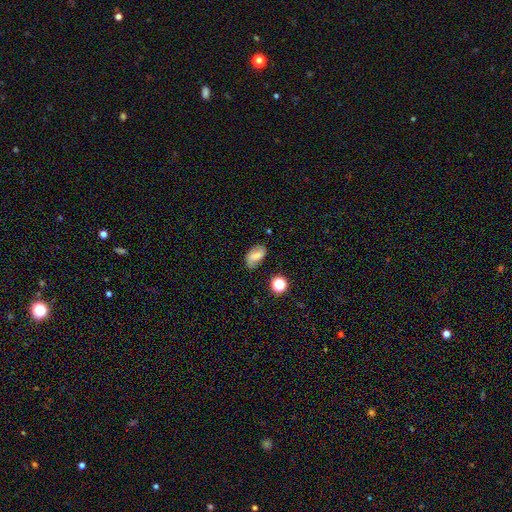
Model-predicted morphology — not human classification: smooth 48%, featured or disk 41%, star or artifact 11%. Down the decision tree: merging — none (73%).